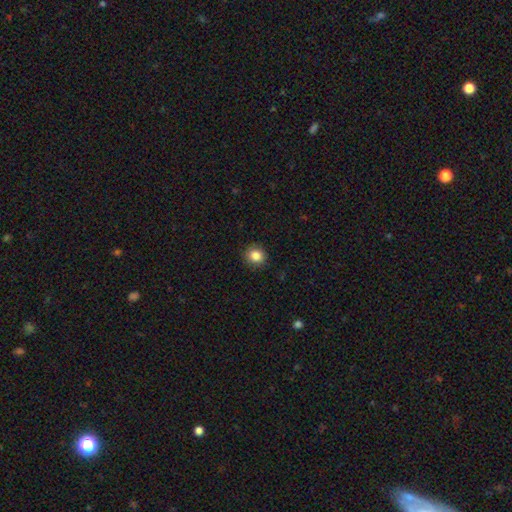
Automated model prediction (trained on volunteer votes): smooth_or_featured: smooth (p=0.86) [alt: star or artifact p=0.10]
how_rounded: round (p=0.90) [alt: in between p=0.10]
merging: none (p=0.91) [alt: minor disturbance p=0.06]